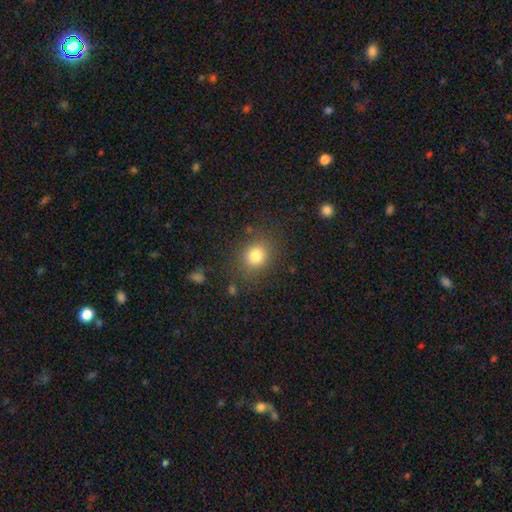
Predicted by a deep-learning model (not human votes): A smooth galaxy with no disk features (80%) that is round (67%).

Vote fractions:
- Smooth or featured? smooth: 80% / star or artifact: 12% / featured or disk: 7%
- How rounded? round: 67% / in between: 32% / cigar-shaped: 1%
- Merging? none: 82% / minor disturbance: 11% / major disturbance: 5% / merger: 2%